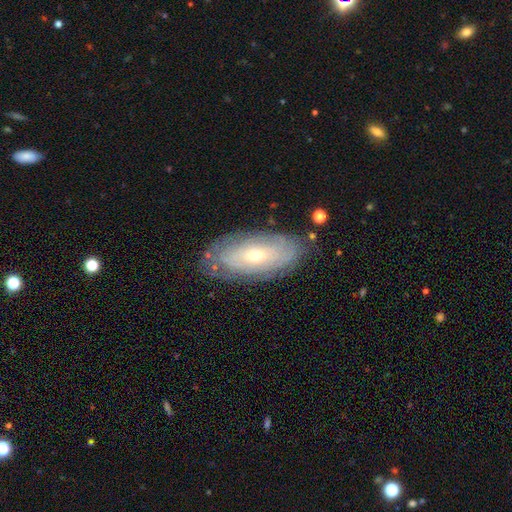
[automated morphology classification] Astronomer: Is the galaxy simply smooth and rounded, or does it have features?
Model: featured or disk — 65%.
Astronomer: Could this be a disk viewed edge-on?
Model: no — 87%.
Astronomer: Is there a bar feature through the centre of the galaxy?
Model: no — 75%.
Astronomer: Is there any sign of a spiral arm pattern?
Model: yes — 63%.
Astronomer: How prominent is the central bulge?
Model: small — 62%.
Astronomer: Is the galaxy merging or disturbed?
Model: none — 80%.